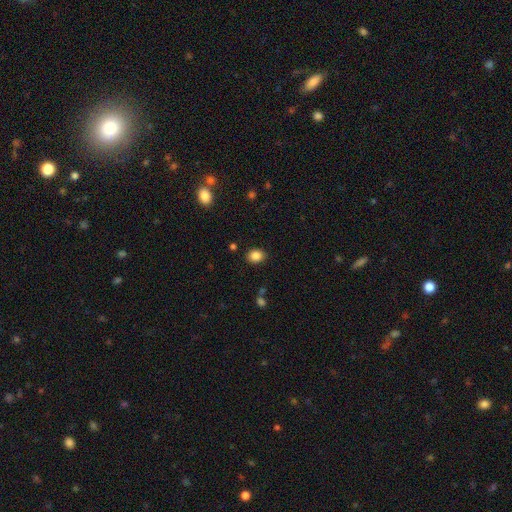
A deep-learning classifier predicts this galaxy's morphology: A smooth galaxy with no disk features (86%) that is round (52%). Merging: none (88%).